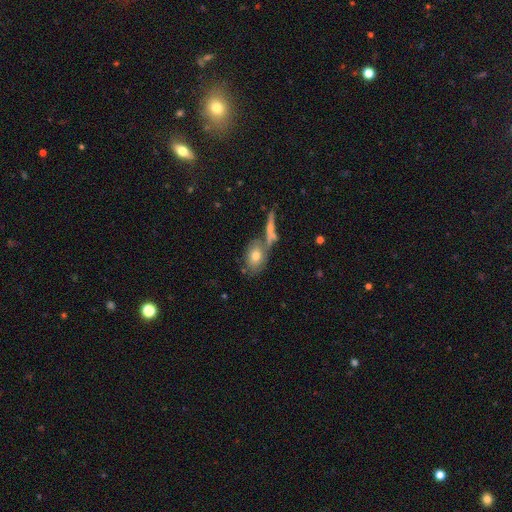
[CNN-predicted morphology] Overall: smooth (72%). How rounded: in between (77%). Merging: none (55%; merger 26%).